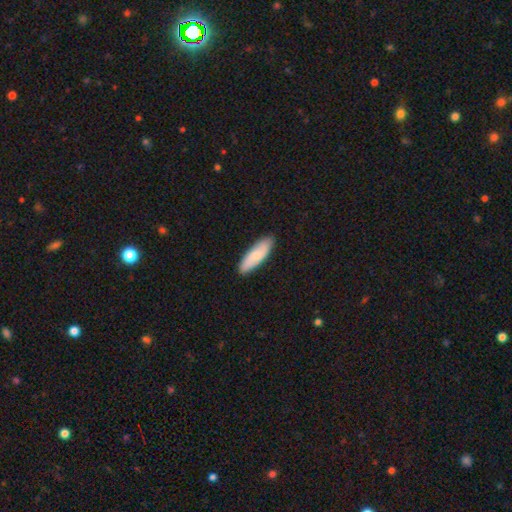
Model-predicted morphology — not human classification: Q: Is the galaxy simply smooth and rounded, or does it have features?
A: smooth — 72%.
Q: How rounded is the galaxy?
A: in between — 54%.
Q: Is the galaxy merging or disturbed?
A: none — 88%.